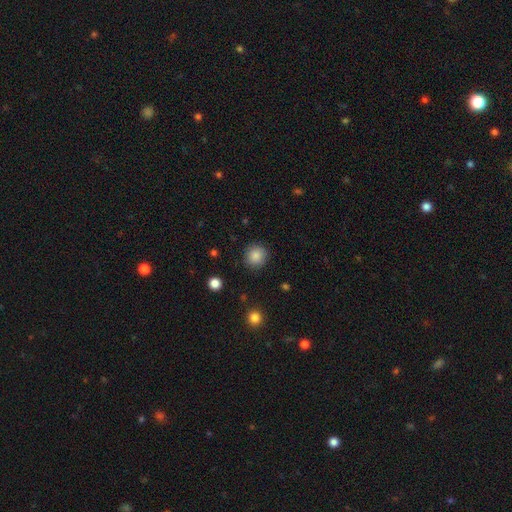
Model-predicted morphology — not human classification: A smooth galaxy with no disk features (87%) that is round (91%).

Vote fractions:
- Smooth or featured? smooth: 87% / star or artifact: 9% / featured or disk: 4%
- How rounded? round: 91% / in between: 8% / cigar-shaped: 1%
- Merging? none: 89% / minor disturbance: 7% / major disturbance: 3% / merger: 1%